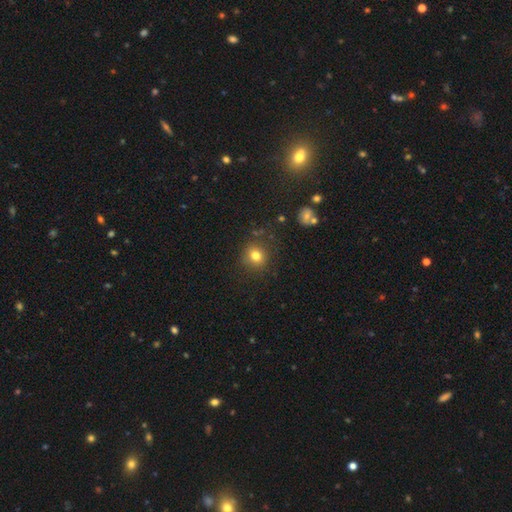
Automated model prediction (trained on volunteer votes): smooth_or_featured: smooth (p=0.79) [alt: star or artifact p=0.14]
how_rounded: round (p=0.83) [alt: in between p=0.16]
merging: none (p=0.85) [alt: minor disturbance p=0.09]